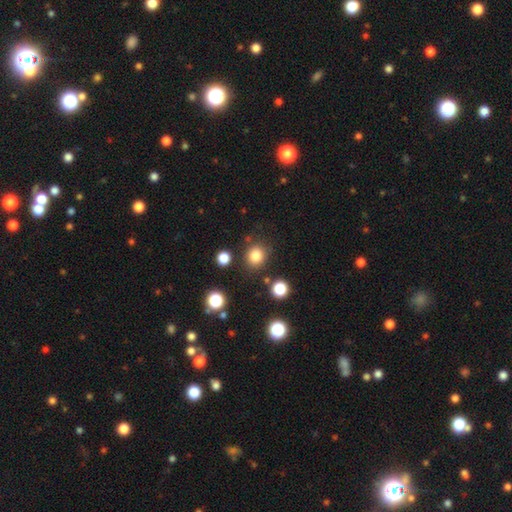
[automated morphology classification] Q: Smooth or featured?
A: smooth (82%); runner-up: star or artifact (12%)
Q: How rounded?
A: round (82%); runner-up: in between (18%)
Q: Merging?
A: none (82%); runner-up: minor disturbance (10%)